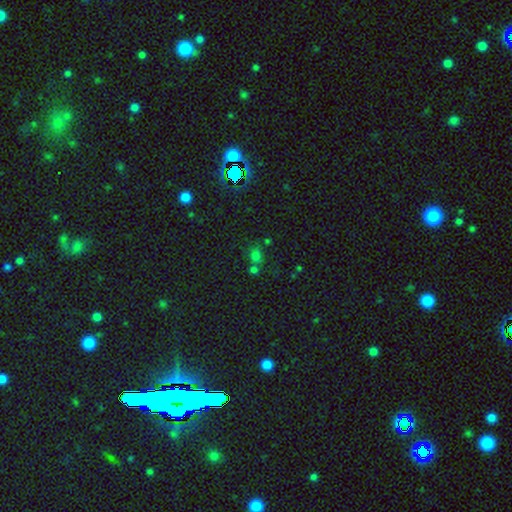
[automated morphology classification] This is likely a smooth galaxy (61%). How rounded: likely round (63%). Merging: possibly none (54%).